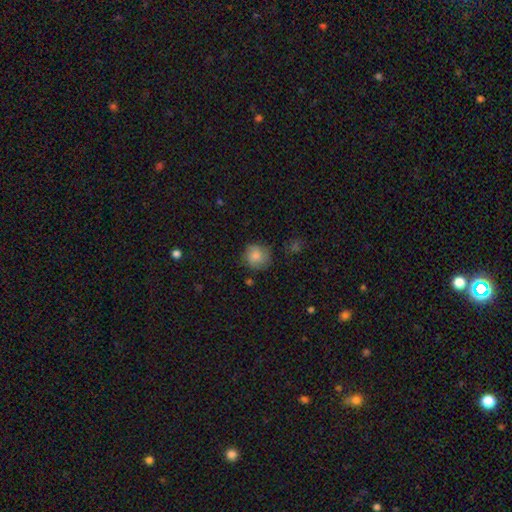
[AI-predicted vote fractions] Smooth or featured? smooth (84%)
How rounded? round (90%)
Merging? none (78%)